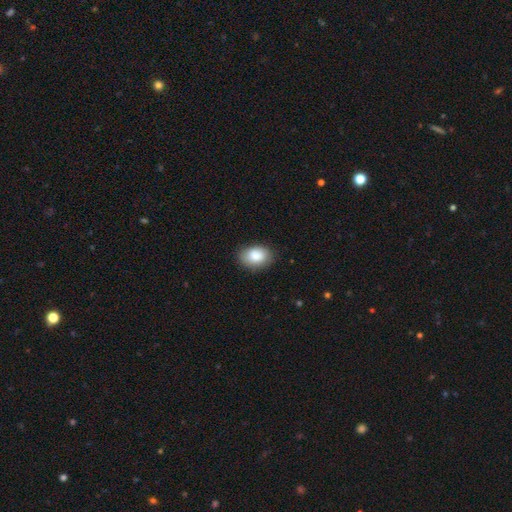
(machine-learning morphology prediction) smooth-or-featured: smooth: 86% | star or artifact: 7% | featured or disk: 7%
  how-rounded: in between: 85% | round: 14% | cigar-shaped: 1%
  merging: none: 83% | minor disturbance: 13% | major disturbance: 3% | merger: 1%